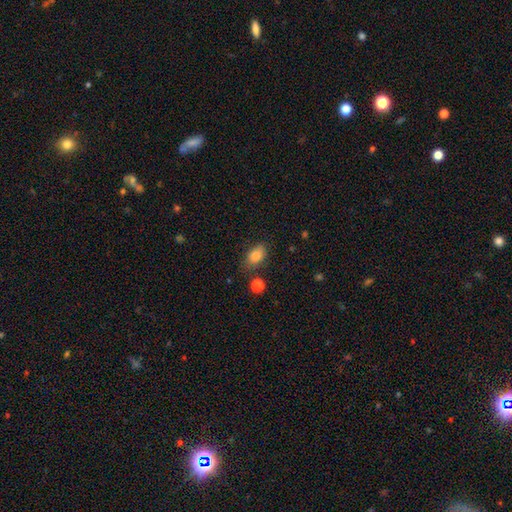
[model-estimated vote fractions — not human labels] Q: Smooth or featured?
A: smooth (82%); runner-up: star or artifact (9%)
Q: How rounded?
A: in between (83%); runner-up: round (14%)
Q: Merging?
A: none (75%); runner-up: minor disturbance (17%)